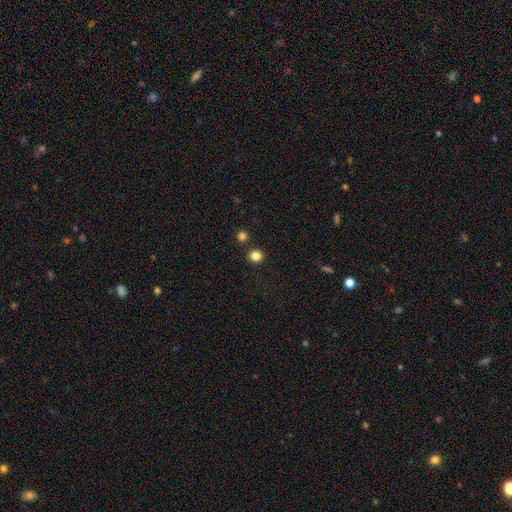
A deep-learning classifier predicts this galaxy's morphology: Smooth or featured?
  - smooth: 83% *
  - star or artifact: 13%
  - featured or disk: 4%
How rounded?
  - round: 89% *
  - in between: 10%
  - cigar-shaped: 1%
Merging?
  - none: 87% *
  - minor disturbance: 5%
  - merger: 5%
  - major disturbance: 2%